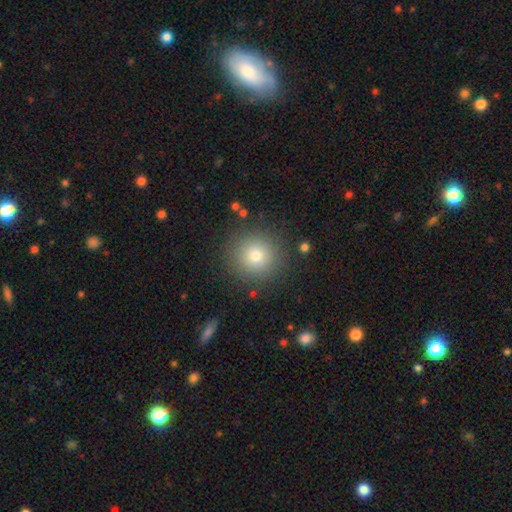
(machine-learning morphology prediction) smooth-or-featured: smooth: 75% | star or artifact: 14% | featured or disk: 11%
  how-rounded: round: 95% | in between: 4% | cigar-shaped: 1%
  merging: none: 88% | minor disturbance: 7% | major disturbance: 3% | merger: 2%